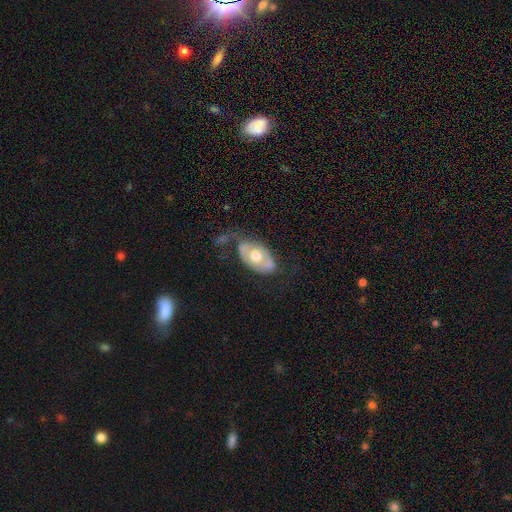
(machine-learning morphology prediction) This appears to be a featured or disk galaxy (58%) with no bar (83%), no spiral arms (65%) and a moderate central bulge (70%). Merging: none (46%).